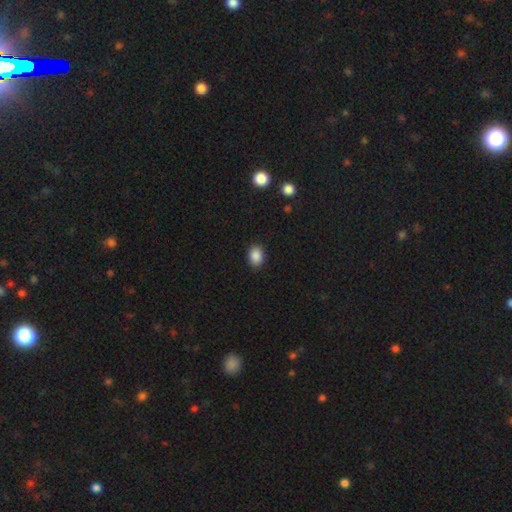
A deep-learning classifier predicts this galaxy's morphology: The model was most divided on "how rounded": in between: 64%, round: 35%, cigar-shaped: 1%. More confident: merging — none (89%); smooth or featured — smooth (88%).